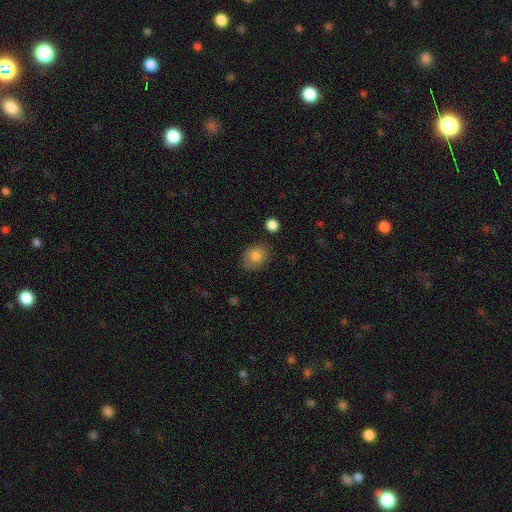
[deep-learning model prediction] Smooth or featured? smooth (84%)
How rounded? in between (57%)
Merging? none (79%)